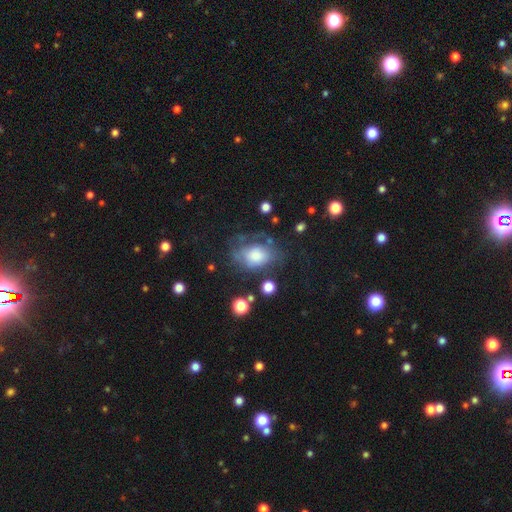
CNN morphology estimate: Smooth or featured: smooth — 52% (featured or disk — 38%)
How rounded: in between — 73% (round — 26%)
Merging: none — 43% (minor disturbance — 27%)